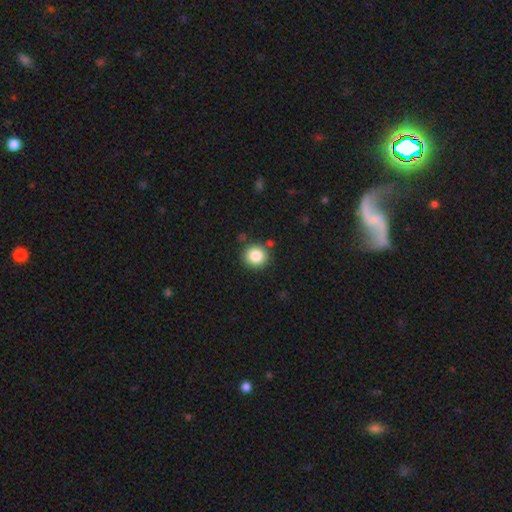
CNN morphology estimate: Smooth or featured? Predicted: smooth (p=0.85). How rounded? Predicted: round (p=0.89). Merging? Predicted: none (p=0.86).